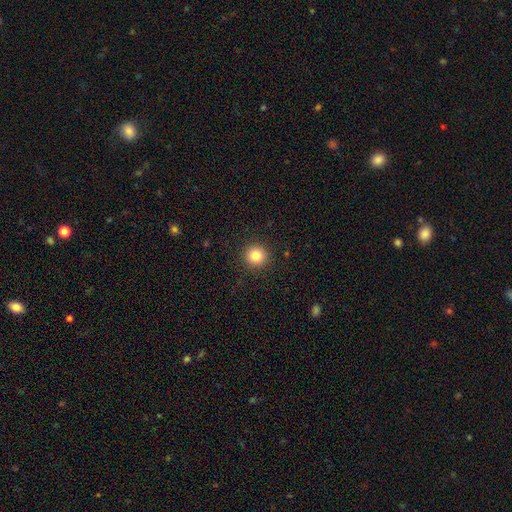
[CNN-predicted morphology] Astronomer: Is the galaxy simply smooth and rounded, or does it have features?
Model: smooth — 83%.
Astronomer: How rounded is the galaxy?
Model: round — 94%.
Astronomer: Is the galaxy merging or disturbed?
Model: none — 92%.